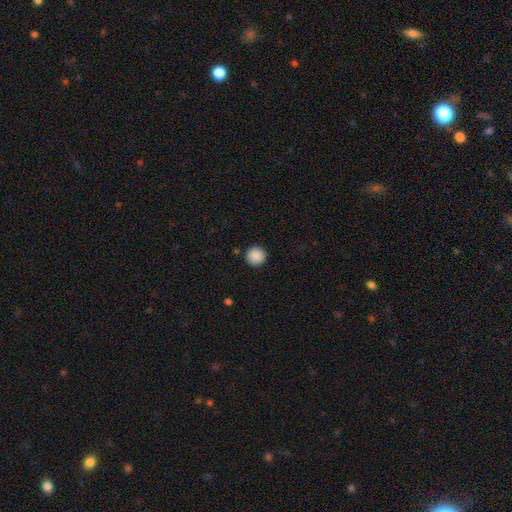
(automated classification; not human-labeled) A smooth galaxy with no disk features (89%) that is round (95%). Merging: none (91%).